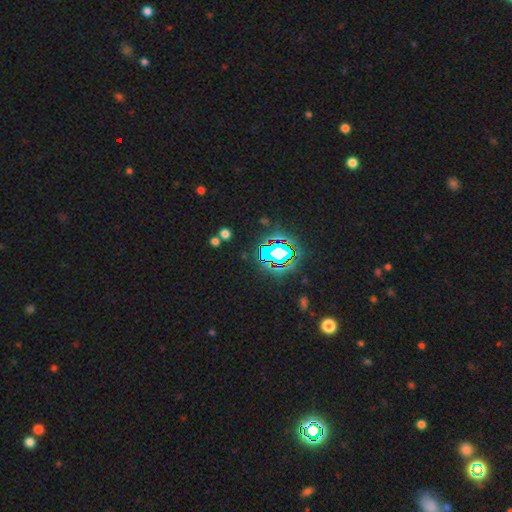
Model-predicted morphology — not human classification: Smooth or featured: star or artifact — 79% (smooth — 13%)